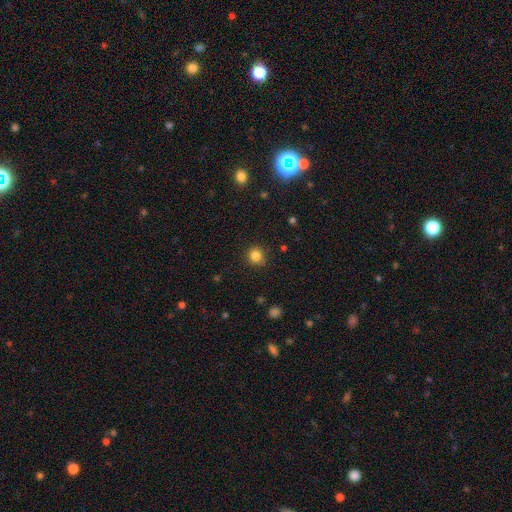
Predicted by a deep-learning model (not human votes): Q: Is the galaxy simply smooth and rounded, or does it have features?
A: smooth — 83%.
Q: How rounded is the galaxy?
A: round — 88%.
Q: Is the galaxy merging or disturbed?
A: none — 82%.